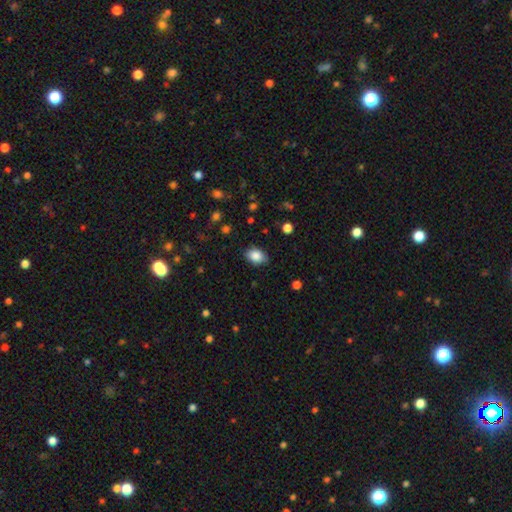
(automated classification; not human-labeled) The model was most divided on "how rounded": in between: 79%, round: 20%, cigar-shaped: 1%. More confident: smooth or featured — smooth (86%); merging — none (83%).